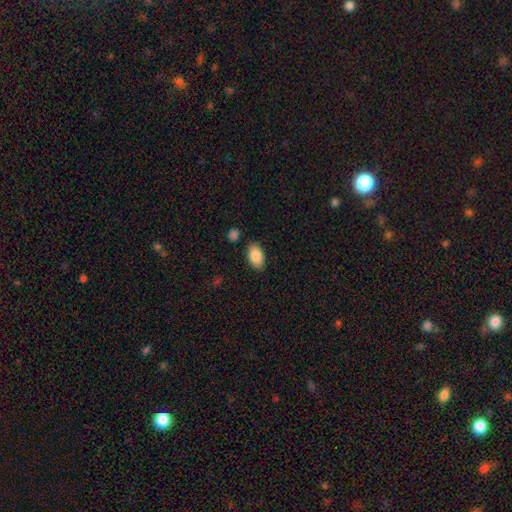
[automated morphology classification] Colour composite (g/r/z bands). It shows a smooth galaxy with no disk features (87%) that is in between round and cigar-shaped (93%). Merging: none (83%).